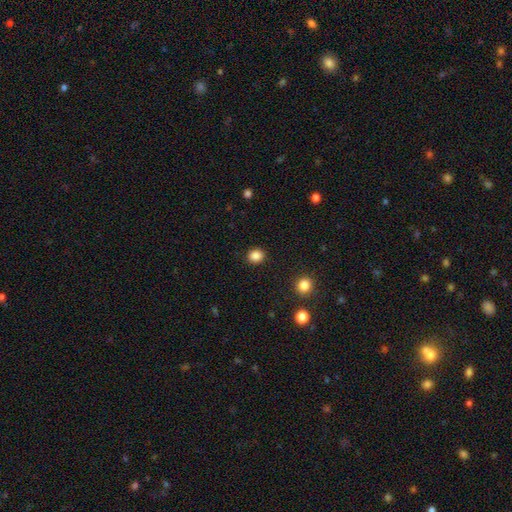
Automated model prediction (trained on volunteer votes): smooth-or-featured: smooth: 86% | star or artifact: 10% | featured or disk: 3%
  how-rounded: round: 65% | in between: 34% | cigar-shaped: 1%
  merging: none: 90% | minor disturbance: 6% | major disturbance: 2% | merger: 1%